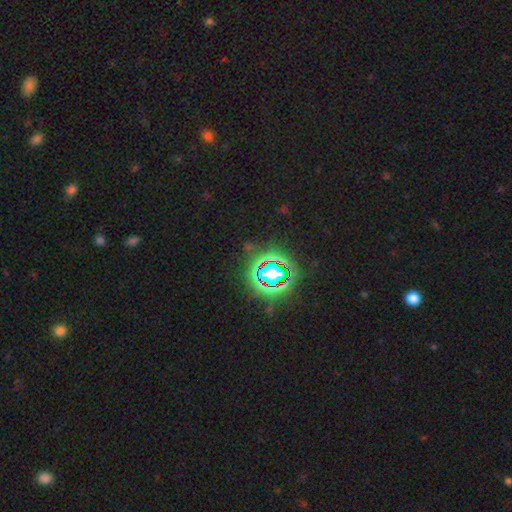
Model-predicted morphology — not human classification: Smooth or featured: star or artifact — 79% (smooth — 14%)